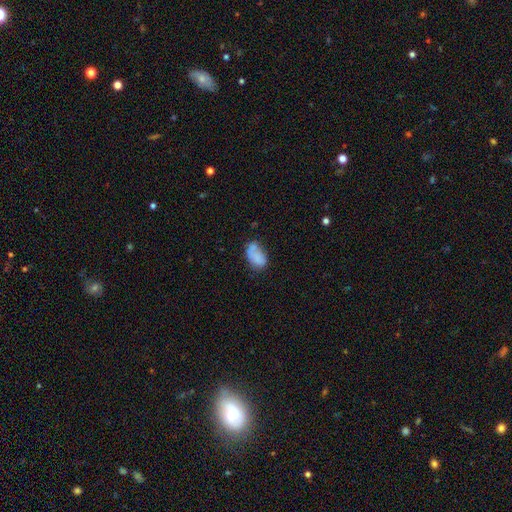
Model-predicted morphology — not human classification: The model was most divided on "merging": none: 41%, minor disturbance: 28%, merger: 16%, major disturbance: 15%. More confident: how rounded — in between (89%); smooth or featured — smooth (73%).